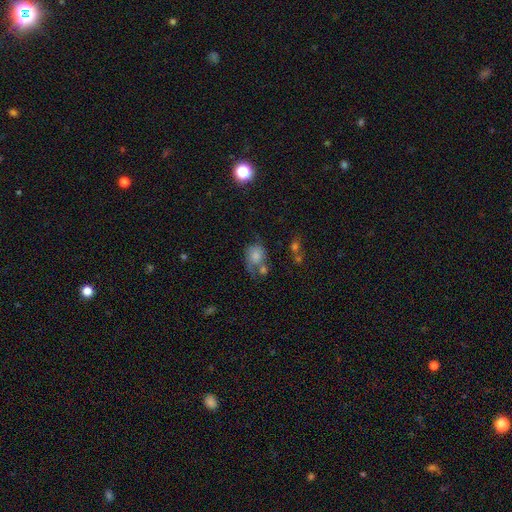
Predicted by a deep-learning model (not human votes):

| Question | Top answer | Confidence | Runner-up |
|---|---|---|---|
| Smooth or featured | smooth | 64% | featured or disk (25%) |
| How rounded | round | 50% | in between (49%) |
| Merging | none | 29% | merger (25%) |